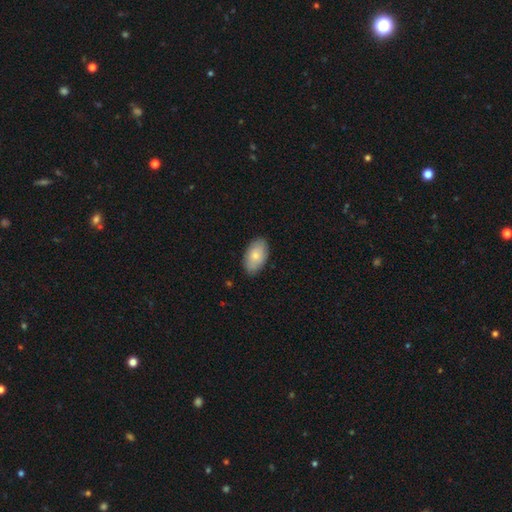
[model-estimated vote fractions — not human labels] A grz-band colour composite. It shows a smooth galaxy with no disk features (78%) that is in between round and cigar-shaped (93%). Merging: none (83%).